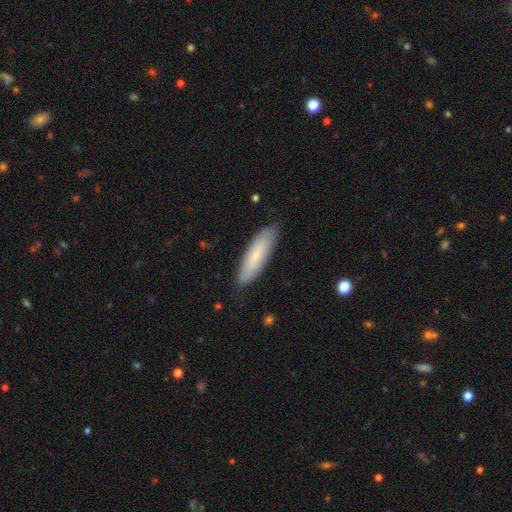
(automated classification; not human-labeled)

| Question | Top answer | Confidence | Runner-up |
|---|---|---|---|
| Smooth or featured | smooth | 72% | featured or disk (22%) |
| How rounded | cigar-shaped | 63% | in between (35%) |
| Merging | none | 85% | minor disturbance (12%) |